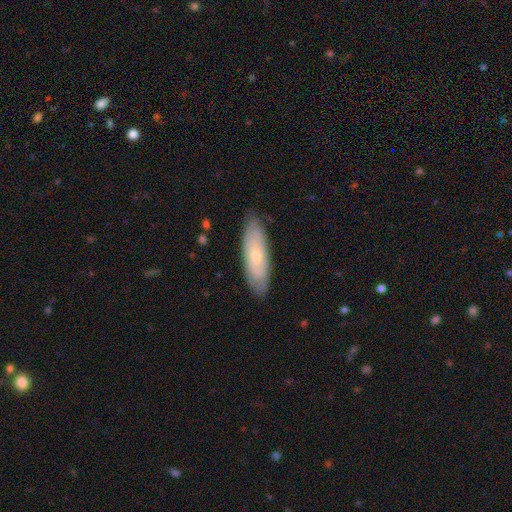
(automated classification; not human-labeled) The model was most divided on "smooth or featured": smooth: 51%, featured or disk: 43%, star or artifact: 6%. More confident: merging — none (83%); how rounded — in between (54%).